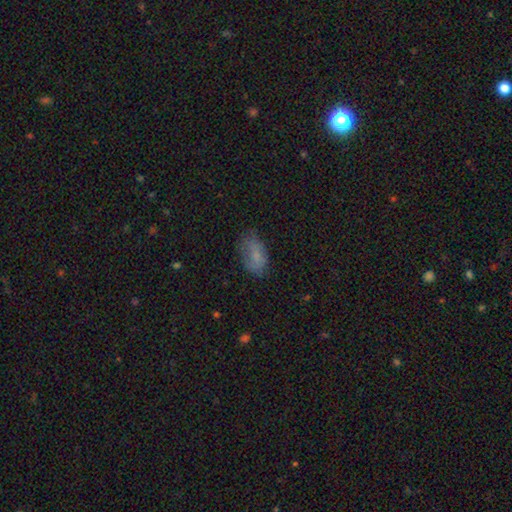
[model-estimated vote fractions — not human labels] A smooth galaxy with no disk features (76%) that is in between round and cigar-shaped (92%). Merging: none (64%).